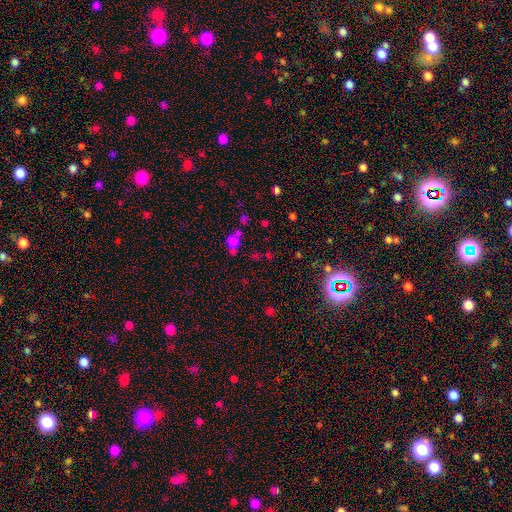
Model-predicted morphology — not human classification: Q: Smooth or featured?
A: smooth (59%); runner-up: star or artifact (30%)
Q: How rounded?
A: round (74%); runner-up: in between (24%)
Q: Merging?
A: none (52%); runner-up: merger (29%)